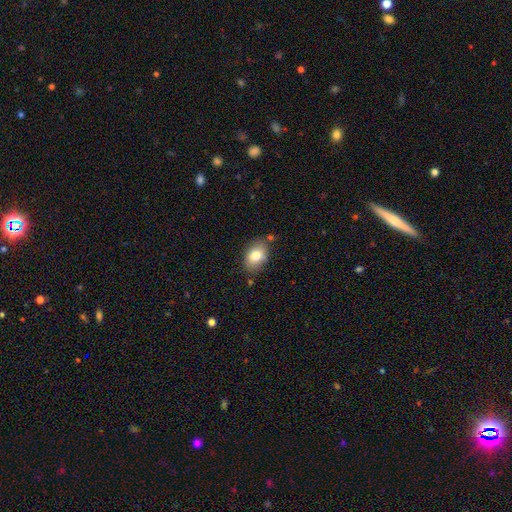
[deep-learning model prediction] Q: Smooth or featured?
A: smooth (79%); runner-up: featured or disk (13%)
Q: How rounded?
A: in between (83%); runner-up: round (15%)
Q: Merging?
A: none (77%); runner-up: minor disturbance (16%)